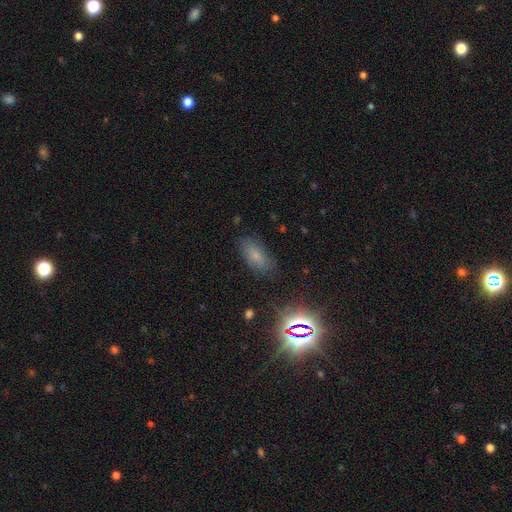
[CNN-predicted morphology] smooth 68%, star or artifact 21%, featured or disk 12%. Down the decision tree: how rounded — in between (88%); merging — none (79%).